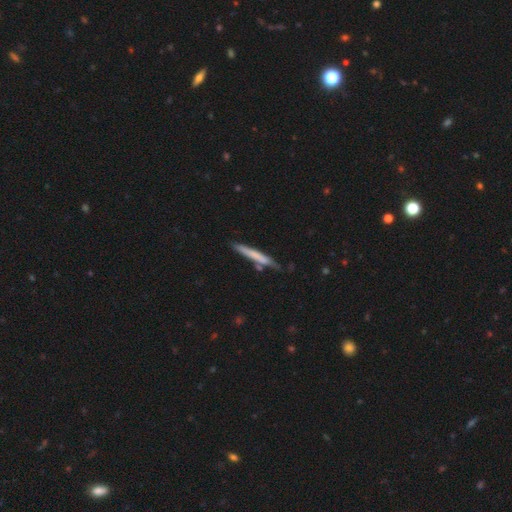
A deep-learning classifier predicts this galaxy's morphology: Smooth or featured? smooth (62%)
How rounded? cigar-shaped (96%)
Merging? none (73%)